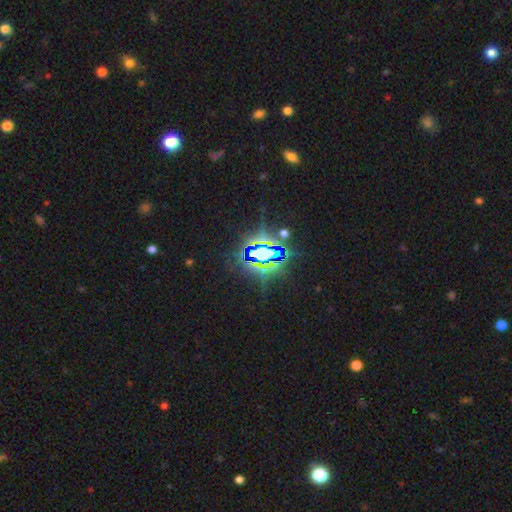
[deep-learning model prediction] A star or artifact, not a galaxy (80%).

Vote fractions:
- Smooth or featured? star or artifact: 80% / featured or disk: 10% / smooth: 10%